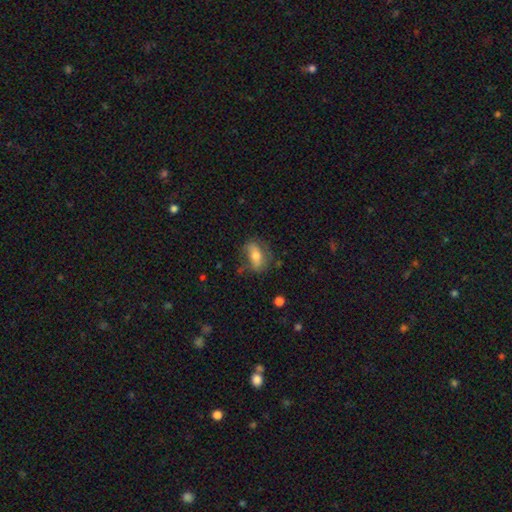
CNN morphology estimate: type=smooth (52%); roundness=in between (77%); merging=none (61%).